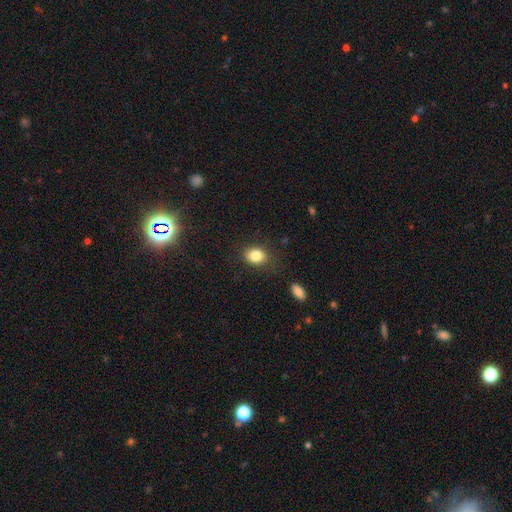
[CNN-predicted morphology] Smooth or featured?
  - smooth: 83% *
  - star or artifact: 10%
  - featured or disk: 7%
How rounded?
  - in between: 56% *
  - round: 43%
  - cigar-shaped: 1%
Merging?
  - none: 80% *
  - minor disturbance: 13%
  - major disturbance: 4%
  - merger: 2%